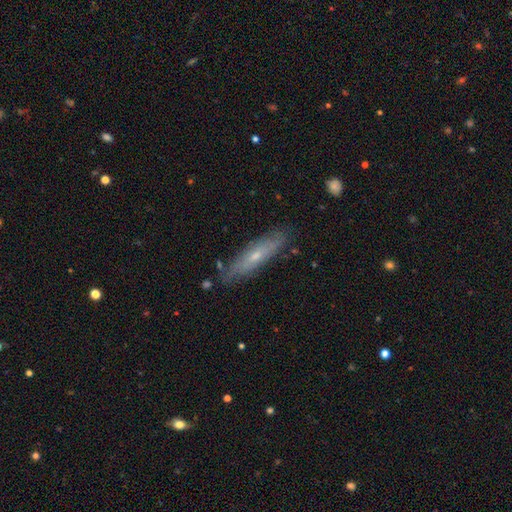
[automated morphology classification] Overall: featured or disk (52%; smooth 41%). Edge-on disk: yes (65%; no 35%). Merging: none (82%).